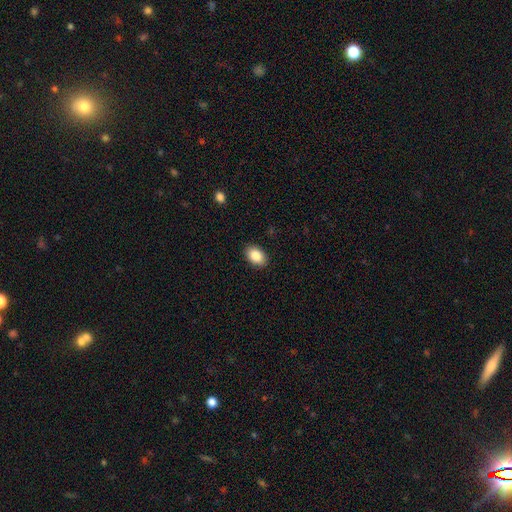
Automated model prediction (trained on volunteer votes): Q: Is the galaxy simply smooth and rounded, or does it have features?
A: smooth — 87%.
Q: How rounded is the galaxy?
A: in between — 87%.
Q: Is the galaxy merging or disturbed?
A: none — 89%.